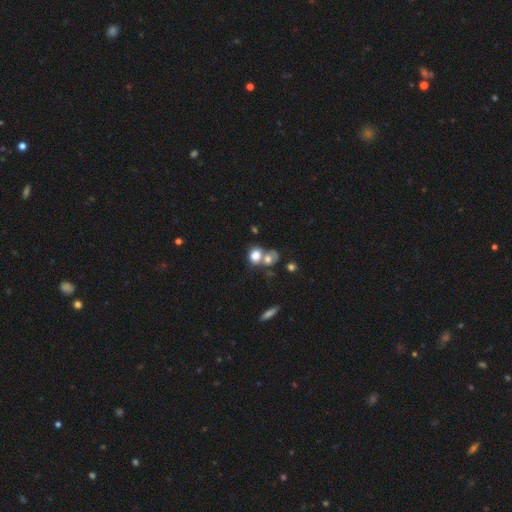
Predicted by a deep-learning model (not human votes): This appears to be a smooth galaxy with no disk features (74%) that is round (50%). Merging: merger (50%).